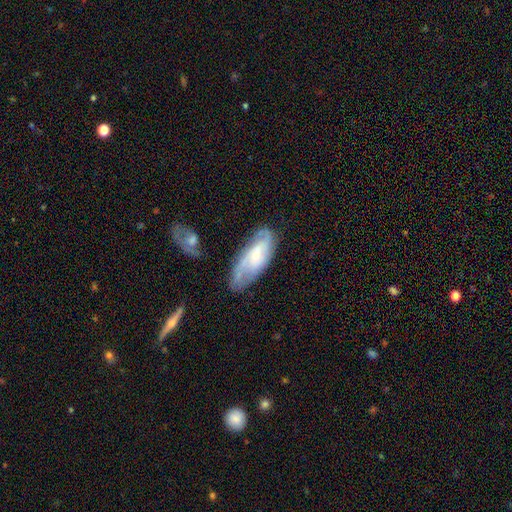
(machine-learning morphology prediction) smooth-or-featured: featured or disk: 69% | smooth: 24% | star or artifact: 6%
  disk-edge-on: no: 89% | yes: 11%
    bar: no: 60% | weak: 33% | strong: 8%
    has-spiral-arms: yes: 87% | no: 13%
      spiral-winding: medium: 41% | tight: 37% | loose: 22%
      spiral-arm-count: 2: 44% | can't tell: 33% | 3: 11% | 1: 5% | 4: 3% | more than 4: 2%
    bulge-size: small: 66% | moderate: 29% | none: 2% | large: 2% | dominant: 1%
  merging: none: 63% | minor disturbance: 24% | major disturbance: 9% | merger: 4%